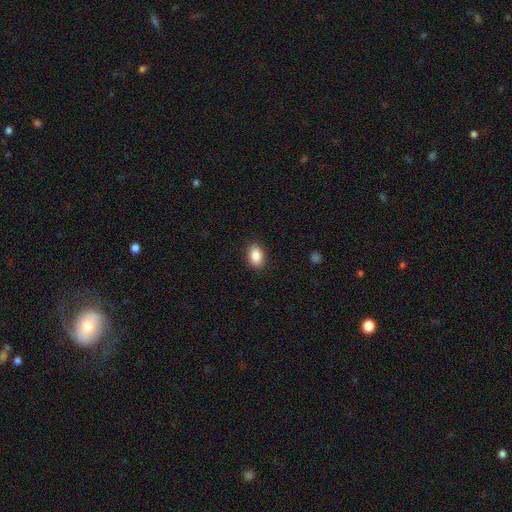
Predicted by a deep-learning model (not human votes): This is clearly a smooth galaxy (87%). How rounded: clearly in between (86%). Merging: clearly none (89%).